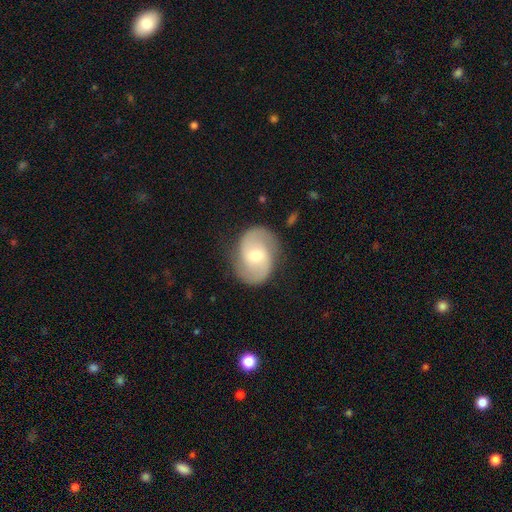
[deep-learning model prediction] Smooth or featured?
  - featured or disk: 78% *
  - smooth: 17%
  - star or artifact: 6%
Edge-on disk?
  - no: 97% *
  - yes: 3%
Bar?
  - no: 46% *
  - weak: 43%
  - strong: 12%
Spiral arms?
  - yes: 91% *
  - no: 9%
Spiral winding?
  - medium: 48% *
  - loose: 27%
  - tight: 25%
Spiral arm count?
  - 2: 91% *
  - can't tell: 5%
  - 1: 2%
  - 3: 1%
  - 4: 1%
  - more than 4: 1%
Bulge size?
  - moderate: 70% *
  - small: 23%
  - large: 5%
  - dominant: 1%
  - none: 1%
Merging?
  - none: 80% *
  - minor disturbance: 14%
  - major disturbance: 5%
  - merger: 1%